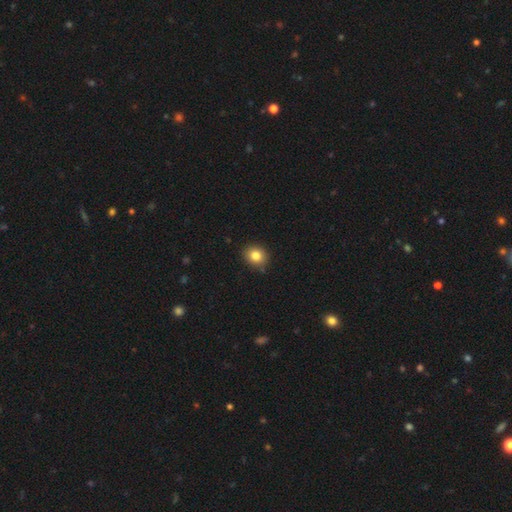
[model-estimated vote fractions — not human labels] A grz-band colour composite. It shows a smooth galaxy with no disk features (83%) that is round (75%). Merging: none (86%).